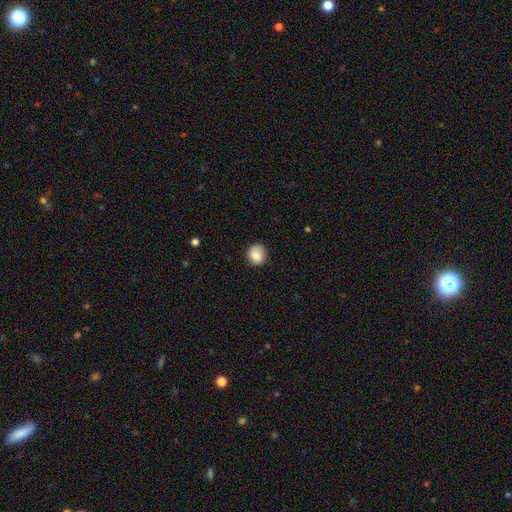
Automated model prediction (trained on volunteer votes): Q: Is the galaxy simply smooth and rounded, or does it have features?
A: smooth — 84%.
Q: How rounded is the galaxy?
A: round — 84%.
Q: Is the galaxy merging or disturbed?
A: none — 81%.